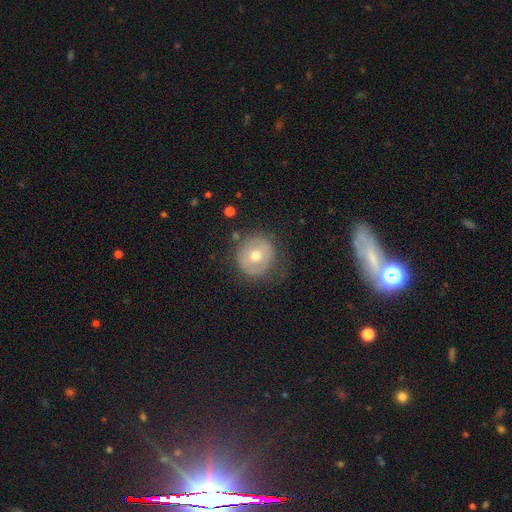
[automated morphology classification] type=smooth (54%); roundness=round (91%); merging=none (78%).